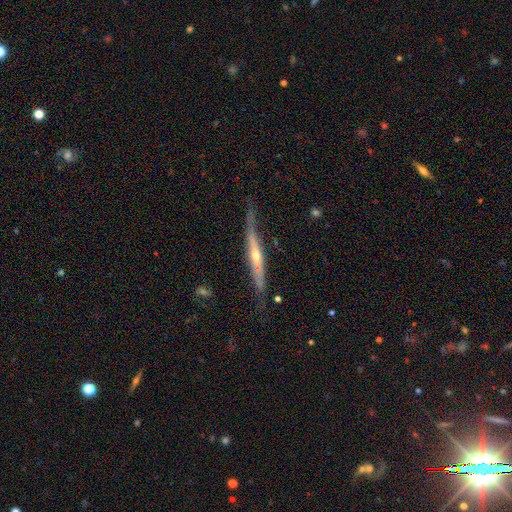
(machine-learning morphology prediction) Smooth or featured? featured or disk (76%)
Edge-on disk? yes (93%)
Edge-on bulge? rounded (71%)
Merging? none (73%)